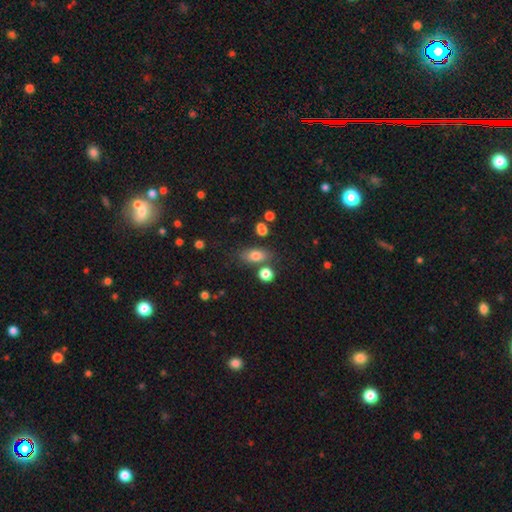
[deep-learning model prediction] A smooth galaxy with no disk features (78%) that is in between round and cigar-shaped (79%).

Vote fractions:
- Smooth or featured? smooth: 78% / featured or disk: 11% / star or artifact: 11%
- How rounded? in between: 79% / round: 13% / cigar-shaped: 8%
- Merging? none: 71% / minor disturbance: 13% / merger: 11% / major disturbance: 5%